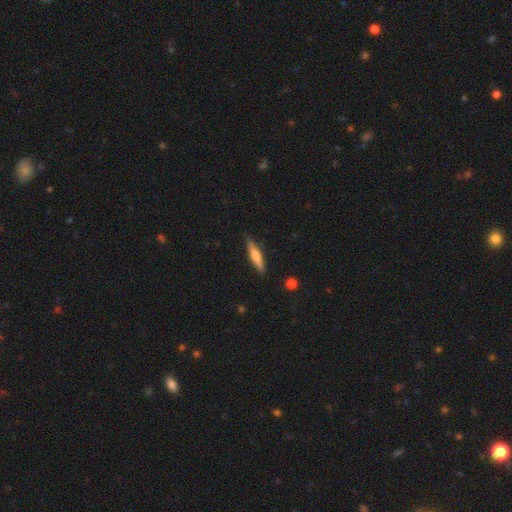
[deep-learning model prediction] Smooth or featured?
  - smooth: 50% *
  - featured or disk: 44%
  - star or artifact: 6%
Merging?
  - none: 86% *
  - minor disturbance: 10%
  - major disturbance: 2%
  - merger: 1%